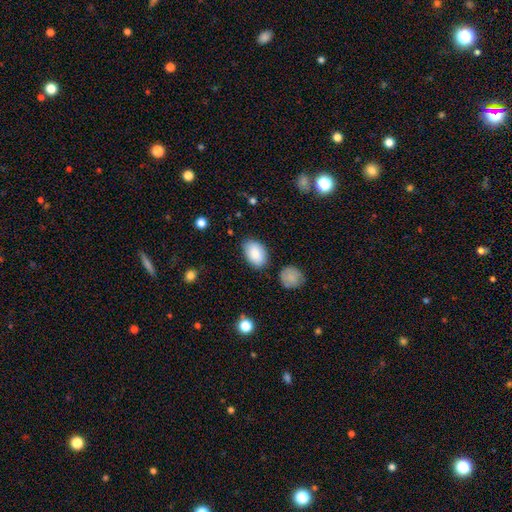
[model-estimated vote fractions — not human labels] A smooth galaxy with no disk features (85%) that is in between round and cigar-shaped (91%). Merging: none (79%).